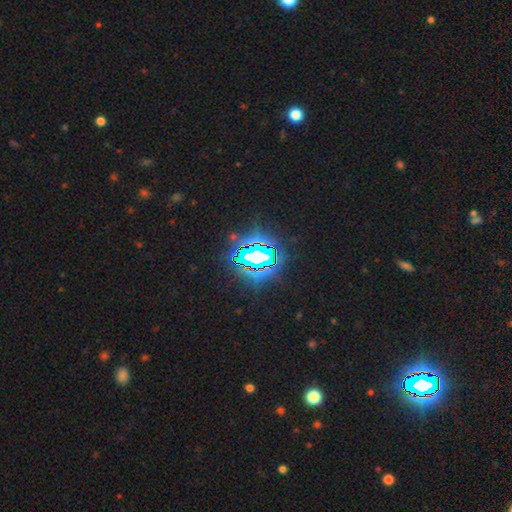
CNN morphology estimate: Overall: star or artifact (79%).